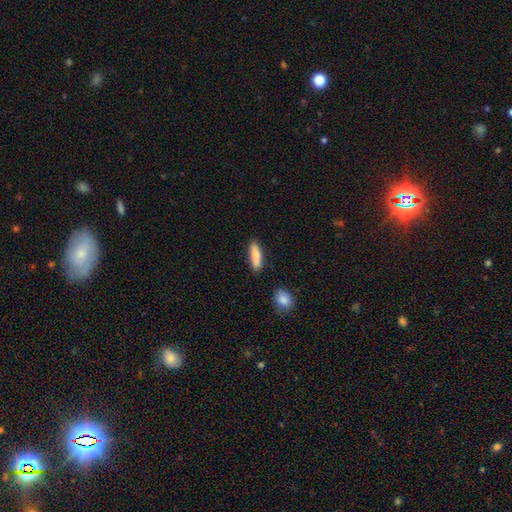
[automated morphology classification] type=smooth (81%); roundness=cigar-shaped (53%); merging=none (83%).